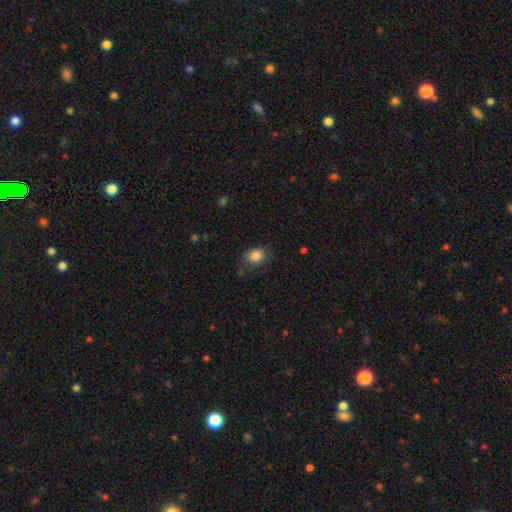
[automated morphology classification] This appears to be a smooth galaxy with no disk features (85%) that is in between round and cigar-shaped (51%). Merging: none (61%).